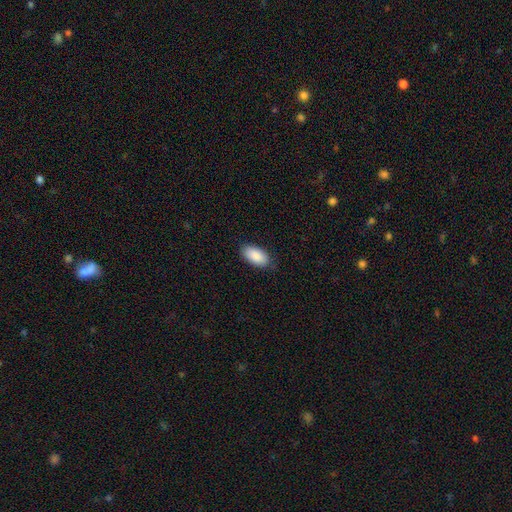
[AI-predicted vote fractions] Smooth or featured: smooth — 90% (star or artifact — 6%)
How rounded: in between — 95% (cigar-shaped — 3%)
Merging: none — 84% (minor disturbance — 12%)